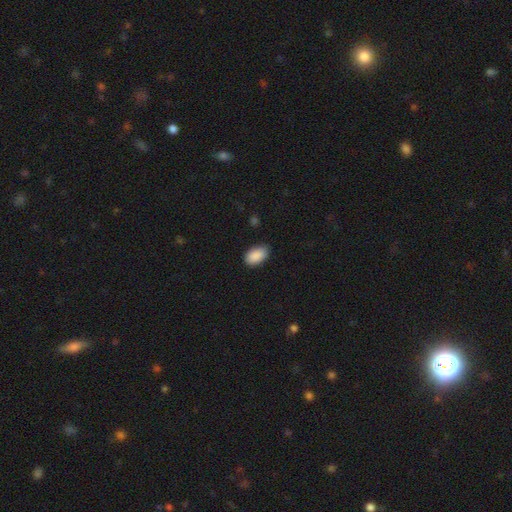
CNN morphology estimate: A smooth galaxy with no disk features (90%) that is in between round and cigar-shaped (93%).

Vote fractions:
- Smooth or featured? smooth: 90% / star or artifact: 7% / featured or disk: 3%
- How rounded? in between: 93% / round: 6% / cigar-shaped: 1%
- Merging? none: 82% / minor disturbance: 14% / major disturbance: 2% / merger: 1%